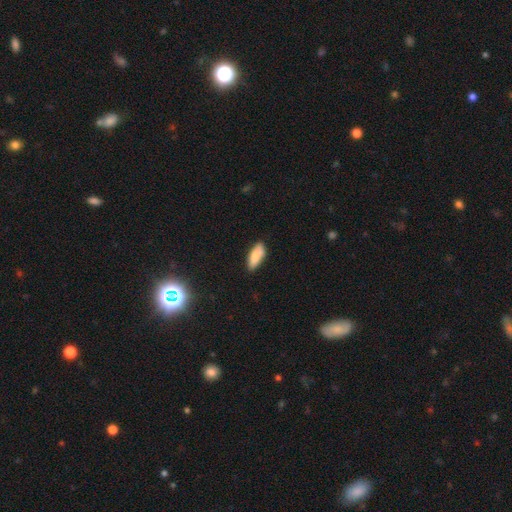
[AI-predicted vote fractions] Smooth or featured? smooth (81%)
How rounded? in between (76%)
Merging? none (76%)